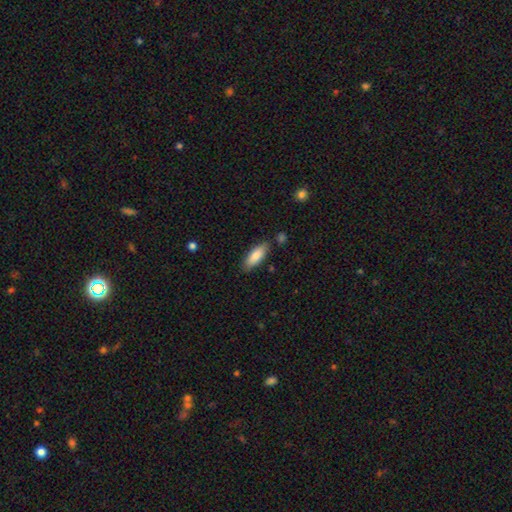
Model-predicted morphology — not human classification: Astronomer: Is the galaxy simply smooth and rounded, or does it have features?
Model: smooth — 82%.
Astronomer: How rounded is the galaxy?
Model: in between — 65%.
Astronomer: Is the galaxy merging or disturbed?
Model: none — 82%.